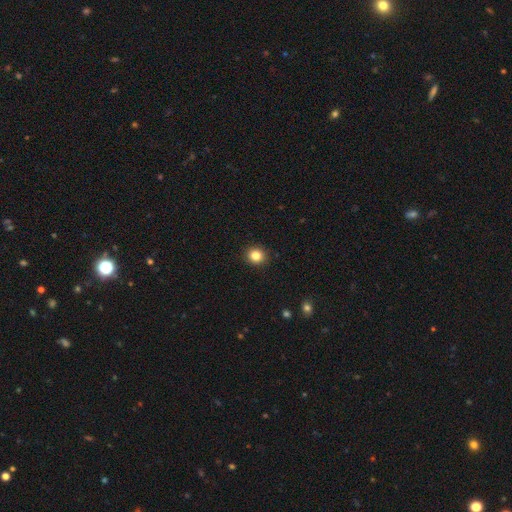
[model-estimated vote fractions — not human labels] A smooth galaxy with no disk features (84%) that is round (86%).

Vote fractions:
- Smooth or featured? smooth: 84% / star or artifact: 11% / featured or disk: 5%
- How rounded? round: 86% / in between: 13% / cigar-shaped: 1%
- Merging? none: 92% / minor disturbance: 6% / major disturbance: 2% / merger: 1%